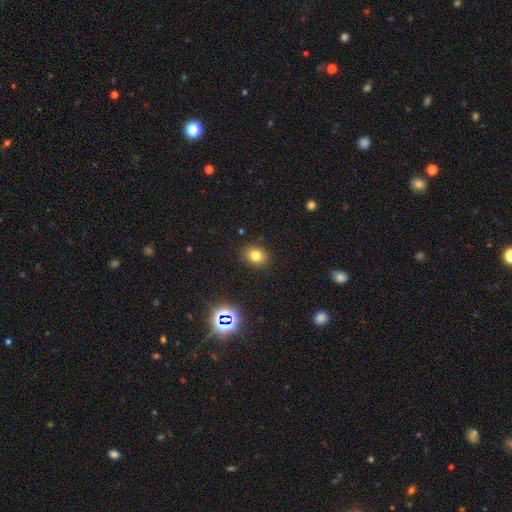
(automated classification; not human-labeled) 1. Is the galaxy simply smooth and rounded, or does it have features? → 77% smooth, 15% star or artifact, 8% featured or disk.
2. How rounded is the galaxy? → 55% round, 44% in between, 1% cigar-shaped.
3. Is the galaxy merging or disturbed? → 88% none, 8% minor disturbance, 2% major disturbance, 1% merger.